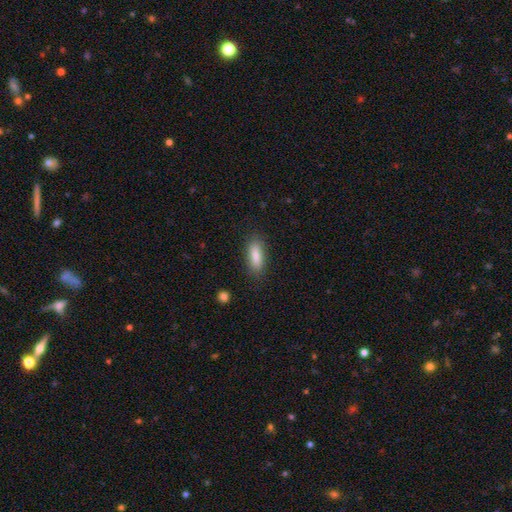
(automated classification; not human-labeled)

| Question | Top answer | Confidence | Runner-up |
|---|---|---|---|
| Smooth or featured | smooth | 85% | featured or disk (8%) |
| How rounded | in between | 63% | cigar-shaped (35%) |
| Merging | none | 84% | minor disturbance (11%) |